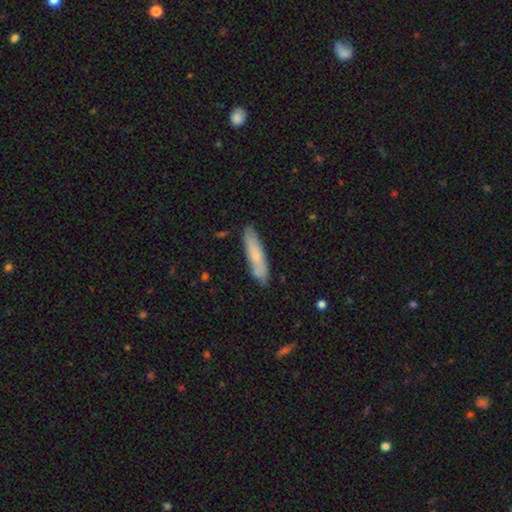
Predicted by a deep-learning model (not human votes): smooth 69%, featured or disk 25%, star or artifact 6%. Down the decision tree: how rounded — cigar-shaped (80%); merging — none (80%).